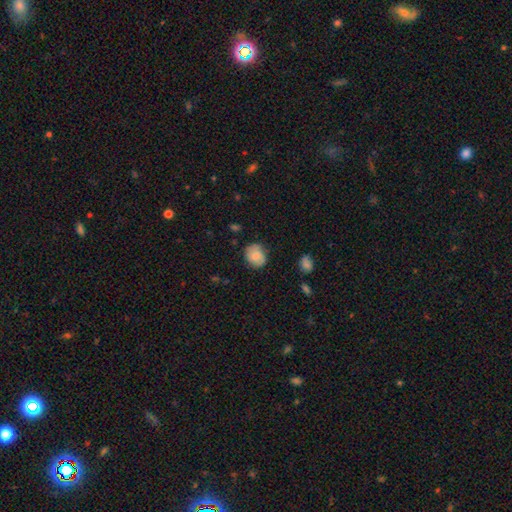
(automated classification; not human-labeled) smooth 74%, featured or disk 18%, star or artifact 8%. Down the decision tree: how rounded — round (69%); merging — none (75%).